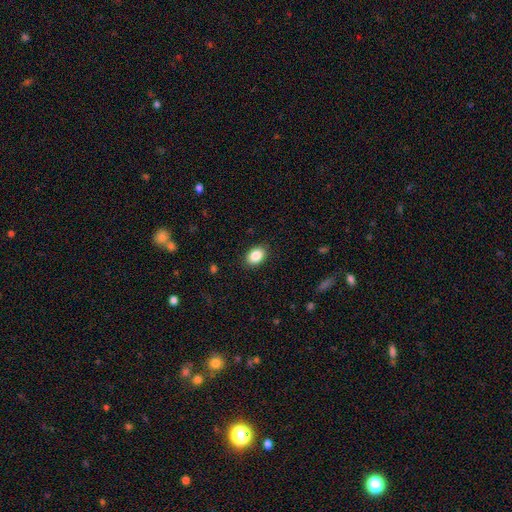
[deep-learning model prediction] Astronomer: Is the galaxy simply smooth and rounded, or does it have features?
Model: smooth — 88%.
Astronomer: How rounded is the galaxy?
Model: in between — 83%.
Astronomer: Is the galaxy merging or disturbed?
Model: none — 88%.